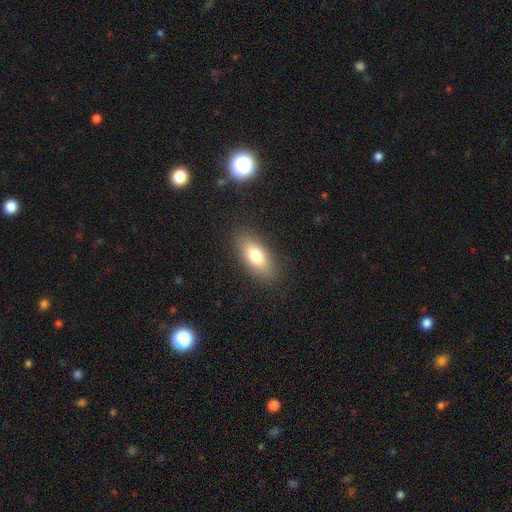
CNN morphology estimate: Q: Smooth or featured?
A: smooth (75%); runner-up: featured or disk (17%)
Q: How rounded?
A: in between (82%); runner-up: cigar-shaped (14%)
Q: Merging?
A: none (86%); runner-up: minor disturbance (10%)